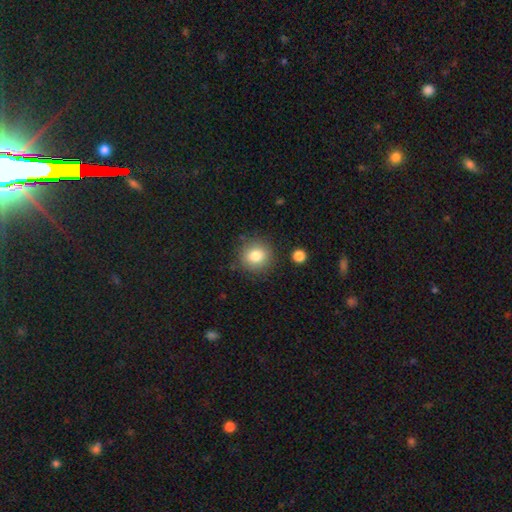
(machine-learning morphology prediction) smooth-or-featured: smooth: 81% | star or artifact: 11% | featured or disk: 9%
  how-rounded: round: 91% | in between: 9% | cigar-shaped: 1%
  merging: none: 86% | minor disturbance: 9% | major disturbance: 3% | merger: 2%